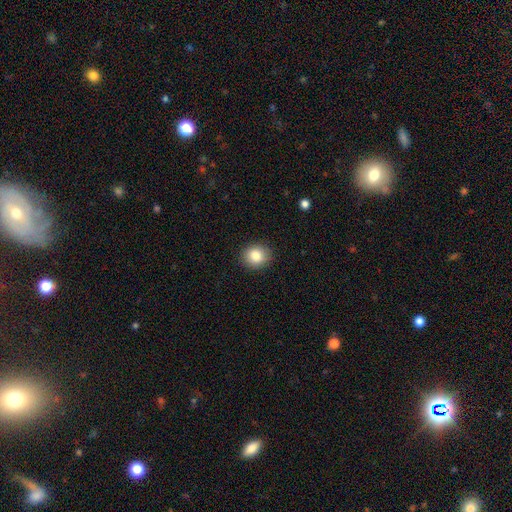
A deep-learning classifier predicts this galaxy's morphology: This is clearly a smooth galaxy (84%). How rounded: likely round (76%). Merging: clearly none (90%).